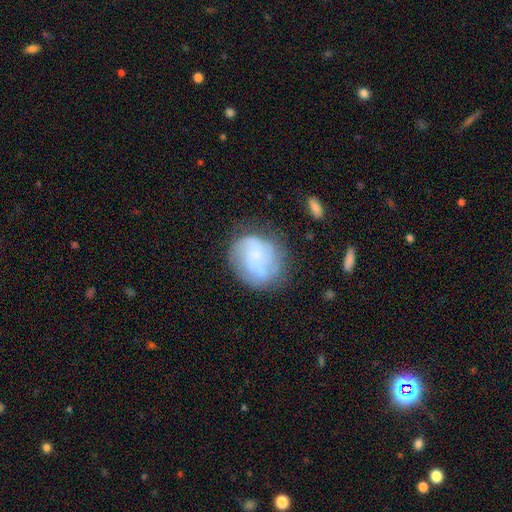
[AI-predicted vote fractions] Smooth or featured?
  - featured or disk: 61% *
  - smooth: 30%
  - star or artifact: 9%
Edge-on disk?
  - no: 98% *
  - yes: 2%
Bar?
  - no: 68% *
  - weak: 26%
  - strong: 6%
Spiral arms?
  - yes: 78% *
  - no: 22%
Bulge size?
  - small: 41% *
  - none: 34%
  - moderate: 18%
  - large: 5%
  - dominant: 2%
Merging?
  - none: 61% *
  - minor disturbance: 21%
  - major disturbance: 12%
  - merger: 5%